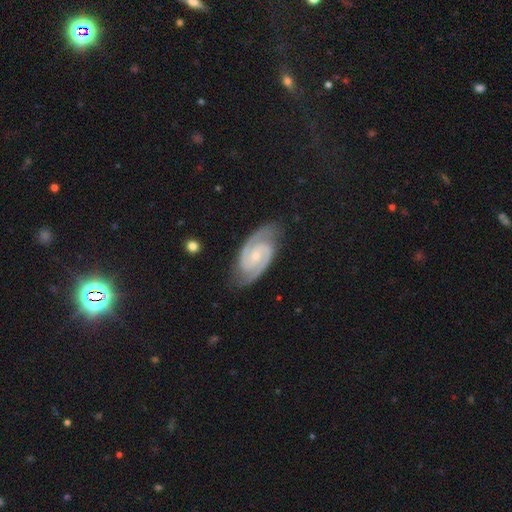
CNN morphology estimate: Smooth or featured?
  - featured or disk: 93% *
  - star or artifact: 4%
  - smooth: 3%
Edge-on disk?
  - no: 98% *
  - yes: 2%
Bar?
  - no: 48% *
  - weak: 40%
  - strong: 12%
Spiral arms?
  - yes: 99% *
  - no: 1%
Spiral winding?
  - tight: 53% *
  - medium: 42%
  - loose: 5%
Spiral arm count?
  - 2: 93% *
  - 3: 2%
  - can't tell: 2%
  - 1: 1%
  - 4: 1%
  - more than 4: 1%
Bulge size?
  - small: 63% *
  - moderate: 27%
  - none: 7%
  - large: 1%
  - dominant: 1%
Merging?
  - none: 83% *
  - minor disturbance: 13%
  - major disturbance: 3%
  - merger: 1%